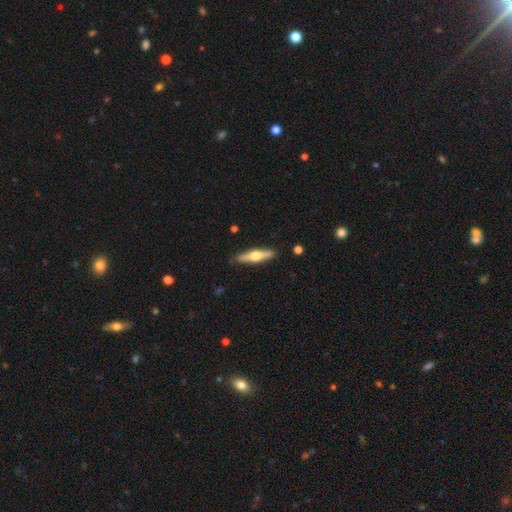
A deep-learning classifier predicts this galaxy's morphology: smooth-or-featured: featured or disk: 59% | smooth: 36% | star or artifact: 5%
  disk-edge-on: yes: 95% | no: 5%
    edge-on-bulge: rounded: 94% | boxy: 3% | none: 2%
  merging: none: 88% | minor disturbance: 9% | major disturbance: 2% | merger: 1%